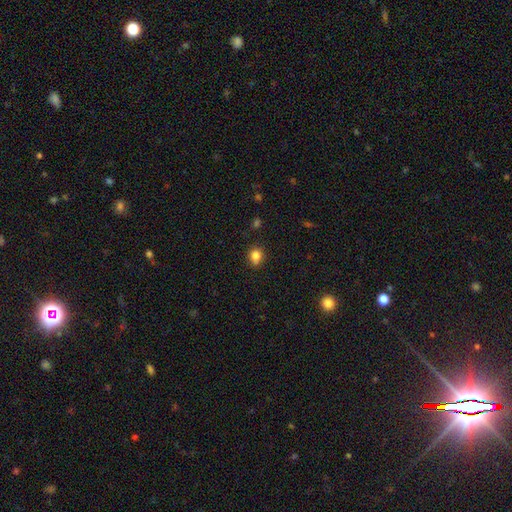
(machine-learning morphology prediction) The model was most divided on "how rounded": round: 68%, in between: 31%, cigar-shaped: 1%. More confident: smooth or featured — smooth (82%); merging — none (71%).